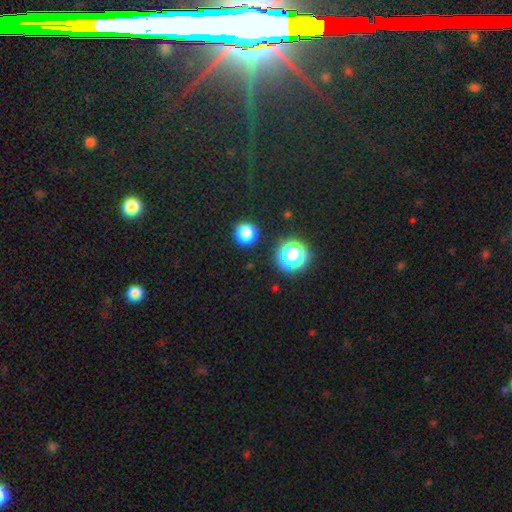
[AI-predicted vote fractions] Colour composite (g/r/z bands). It shows a star or artifact, not a galaxy (65%).